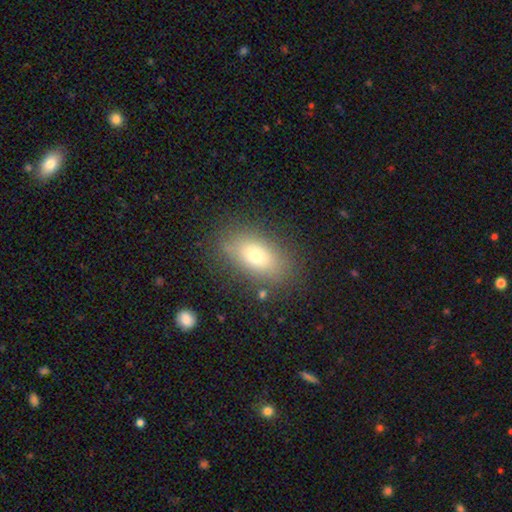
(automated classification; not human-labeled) smooth 70%, featured or disk 18%, star or artifact 11%. Down the decision tree: how rounded — in between (85%); merging — none (80%).